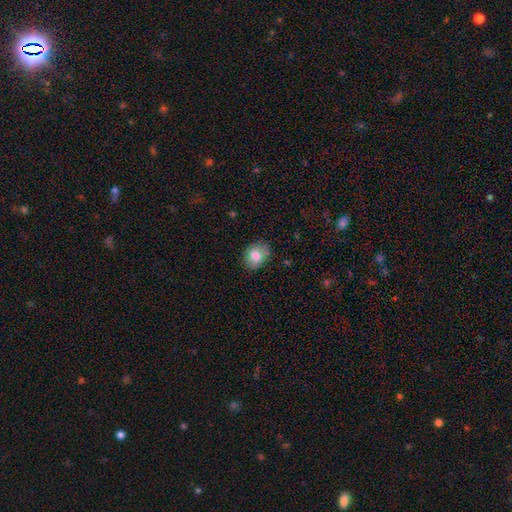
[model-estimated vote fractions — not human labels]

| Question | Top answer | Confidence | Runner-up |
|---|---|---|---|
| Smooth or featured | smooth | 78% | featured or disk (13%) |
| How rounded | in between | 52% | round (47%) |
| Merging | none | 78% | minor disturbance (17%) |